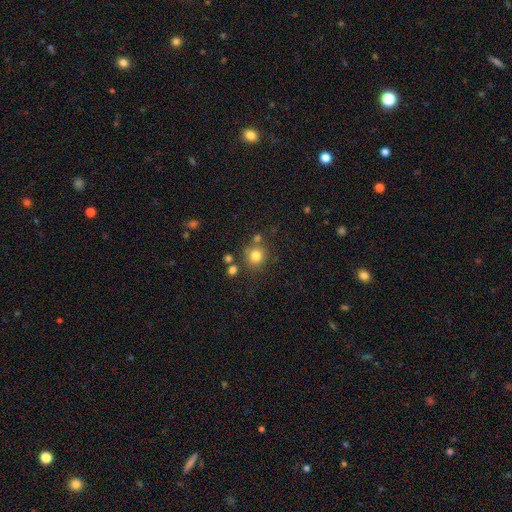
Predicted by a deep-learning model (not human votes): Smooth or featured: smooth — 78% (star or artifact — 14%)
How rounded: round — 91% (in between — 8%)
Merging: none — 75% (merger — 11%)